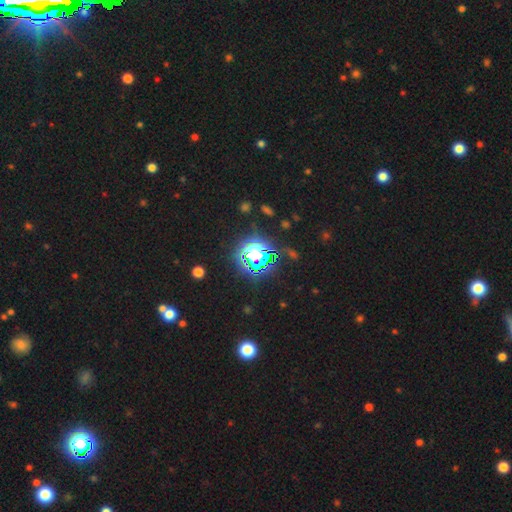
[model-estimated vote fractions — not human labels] This appears to be a star or artifact, not a galaxy (72%).